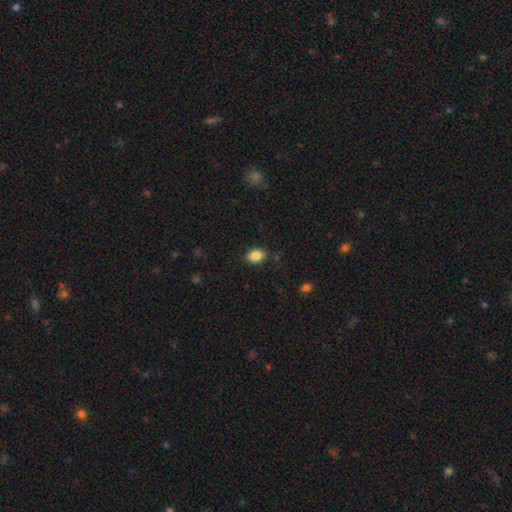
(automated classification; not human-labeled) Smooth or featured? Predicted: smooth (p=0.87). How rounded? Predicted: in between (p=0.81). Merging? Predicted: none (p=0.87).